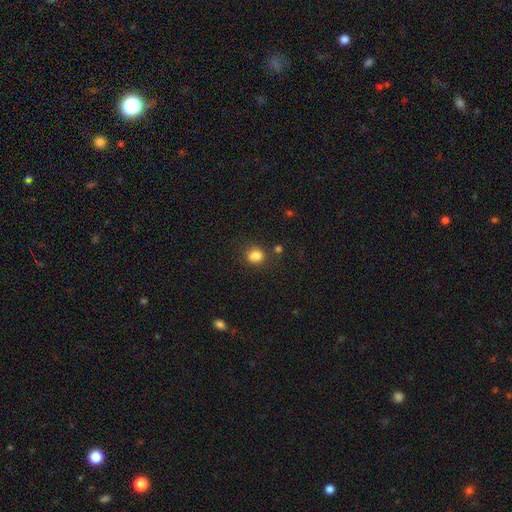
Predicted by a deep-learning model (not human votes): Q: Smooth or featured?
A: smooth (81%); runner-up: star or artifact (12%)
Q: How rounded?
A: round (68%); runner-up: in between (31%)
Q: Merging?
A: none (65%); runner-up: merger (16%)